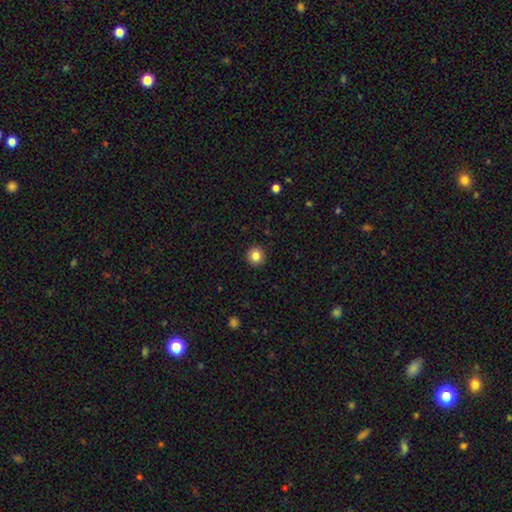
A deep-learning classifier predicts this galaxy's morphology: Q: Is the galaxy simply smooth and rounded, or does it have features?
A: smooth — 84%.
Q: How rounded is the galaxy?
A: round — 94%.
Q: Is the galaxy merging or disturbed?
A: none — 93%.